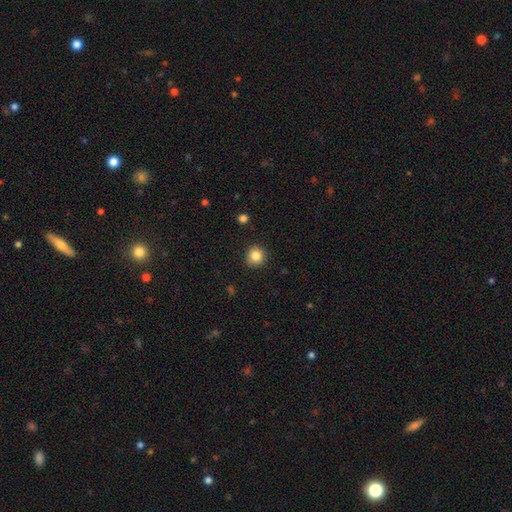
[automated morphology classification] type=smooth (84%); roundness=round (93%); merging=none (88%).